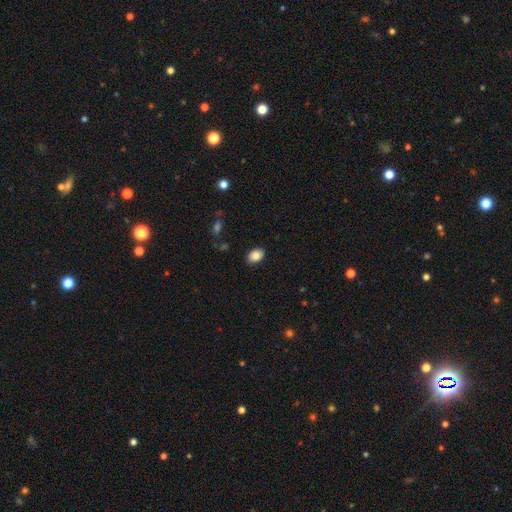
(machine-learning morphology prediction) Q: Smooth or featured?
A: smooth (84%); runner-up: featured or disk (8%)
Q: How rounded?
A: in between (84%); runner-up: round (15%)
Q: Merging?
A: none (87%); runner-up: minor disturbance (9%)